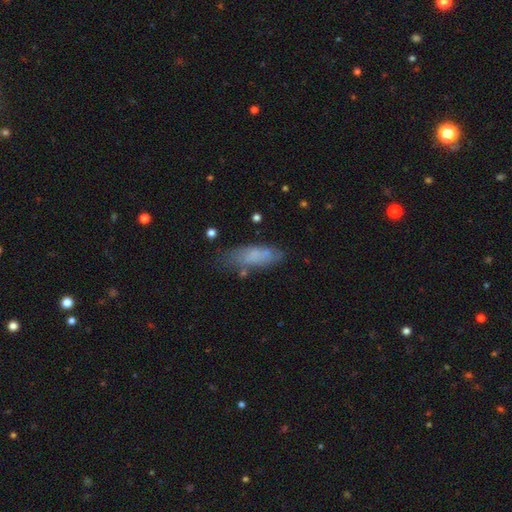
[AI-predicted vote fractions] A smooth galaxy with no disk features (69%) that is in between round and cigar-shaped (57%). Merging: none (63%).